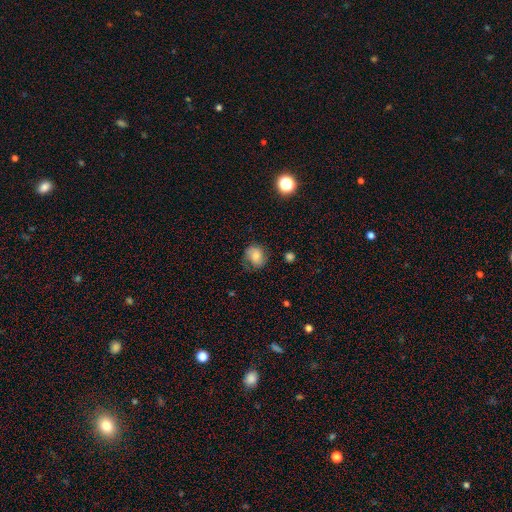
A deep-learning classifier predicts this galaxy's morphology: smooth-or-featured: smooth: 69% | featured or disk: 21% | star or artifact: 10%
  how-rounded: round: 67% | in between: 32% | cigar-shaped: 1%
  merging: none: 63% | minor disturbance: 25% | major disturbance: 10% | merger: 2%